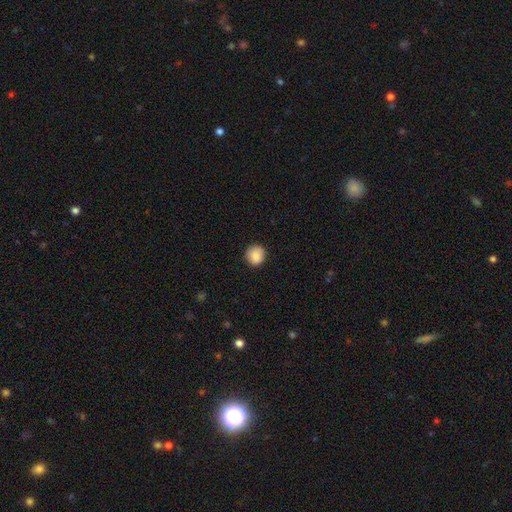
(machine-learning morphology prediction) A smooth galaxy with no disk features (88%) that is round (90%).

Vote fractions:
- Smooth or featured? smooth: 88% / star or artifact: 8% / featured or disk: 4%
- How rounded? round: 90% / in between: 9% / cigar-shaped: 1%
- Merging? none: 87% / minor disturbance: 10% / major disturbance: 2% / merger: 1%